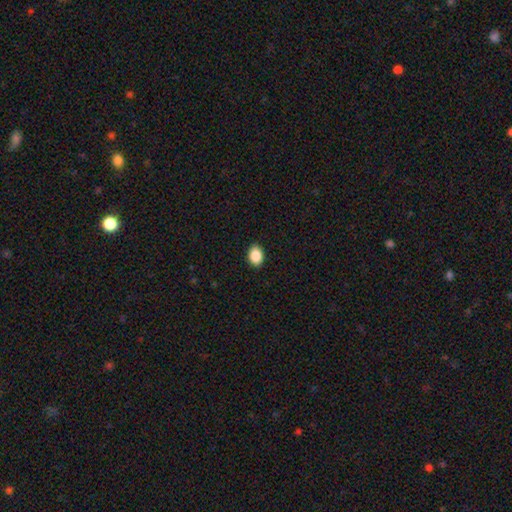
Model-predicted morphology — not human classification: The model was most divided on "how rounded": in between: 77%, round: 22%, cigar-shaped: 1%. More confident: merging — none (89%); smooth or featured — smooth (88%).